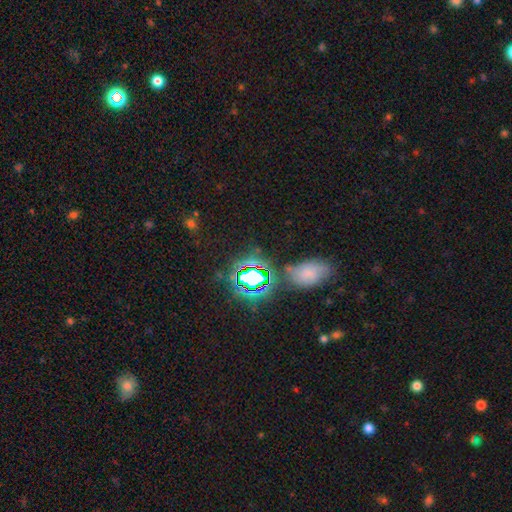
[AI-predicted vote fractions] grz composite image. It shows a star or artifact, not a galaxy (71%).